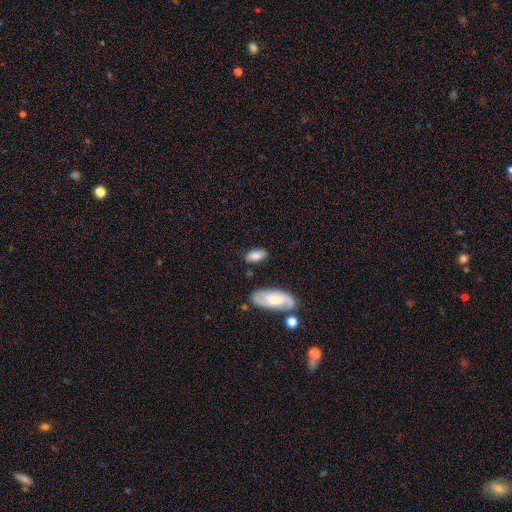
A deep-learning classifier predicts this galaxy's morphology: The model was most divided on "merging": none: 73%, minor disturbance: 17%, merger: 5%, major disturbance: 5%. More confident: how rounded — in between (88%); smooth or featured — smooth (79%).